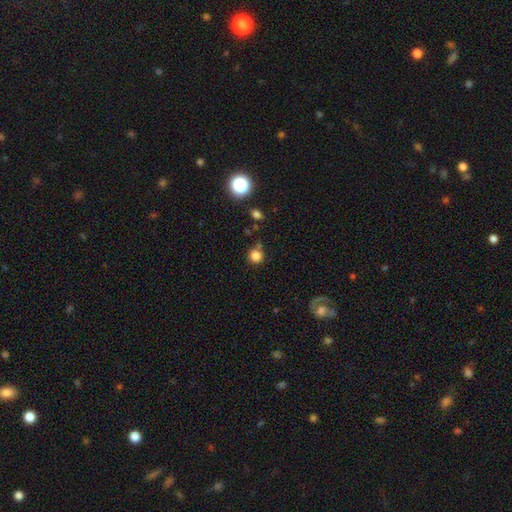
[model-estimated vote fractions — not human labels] smooth 82%, star or artifact 13%, featured or disk 5%. Down the decision tree: how rounded — round (92%); merging — none (75%).